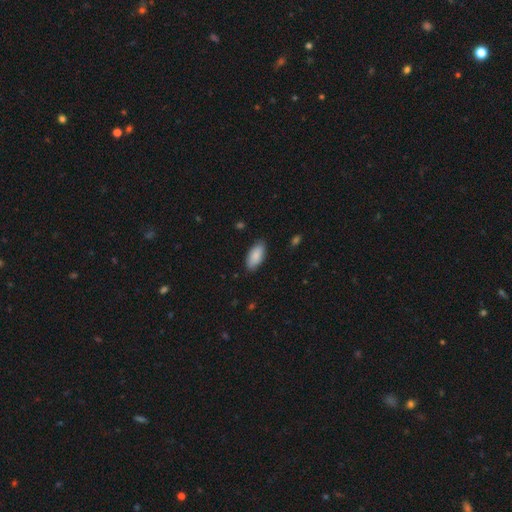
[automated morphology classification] smooth 87%, featured or disk 8%, star or artifact 6%. Down the decision tree: how rounded — in between (91%); merging — none (83%).